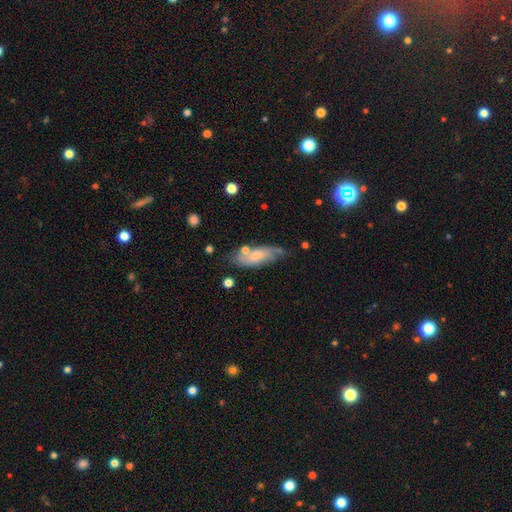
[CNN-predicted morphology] smooth-or-featured: smooth: 54% | featured or disk: 39% | star or artifact: 7%
  how-rounded: in between: 69% | cigar-shaped: 28% | round: 3%
  merging: none: 60% | minor disturbance: 24% | merger: 9% | major disturbance: 6%